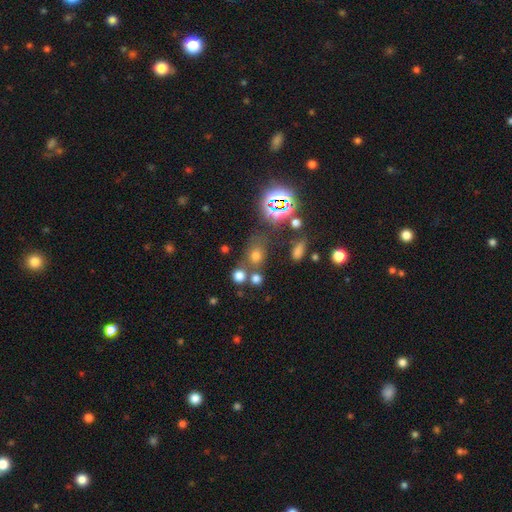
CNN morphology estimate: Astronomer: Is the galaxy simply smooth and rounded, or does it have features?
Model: smooth — 60%.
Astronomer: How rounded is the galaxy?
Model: round — 59% (runner-up: in between, 38%).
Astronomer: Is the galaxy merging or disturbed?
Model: none — 62%.